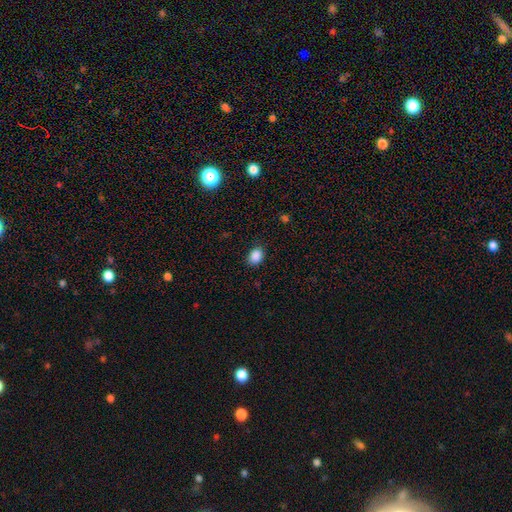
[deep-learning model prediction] Smooth or featured?
  - smooth: 88% *
  - star or artifact: 9%
  - featured or disk: 3%
How rounded?
  - in between: 65% *
  - round: 34%
  - cigar-shaped: 1%
Merging?
  - none: 85% *
  - minor disturbance: 11%
  - major disturbance: 3%
  - merger: 1%